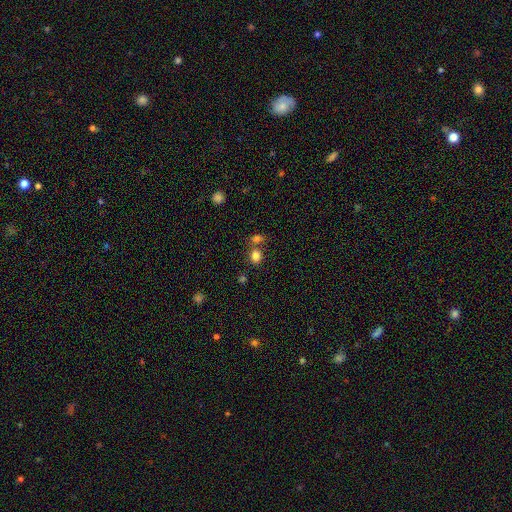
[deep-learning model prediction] Smooth or featured: smooth — 82% (star or artifact — 13%)
How rounded: round — 58% (in between — 41%)
Merging: none — 59% (merger — 28%)